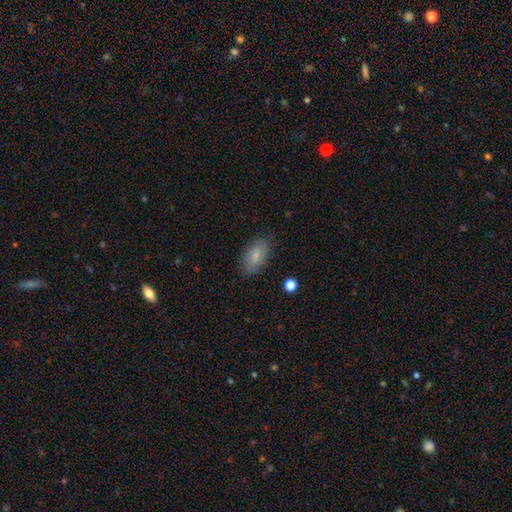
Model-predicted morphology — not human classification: A smooth galaxy with no disk features (82%) that is in between round and cigar-shaped (92%). Merging: none (82%).